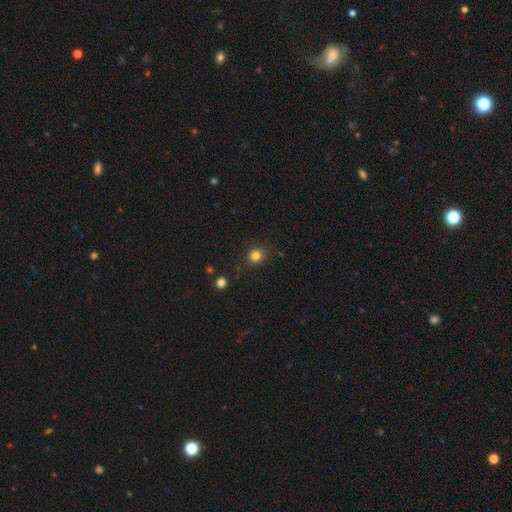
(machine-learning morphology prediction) A smooth galaxy with no disk features (82%) that is round (85%).

Vote fractions:
- Smooth or featured? smooth: 82% / star or artifact: 13% / featured or disk: 5%
- How rounded? round: 85% / in between: 14% / cigar-shaped: 1%
- Merging? none: 87% / minor disturbance: 9% / major disturbance: 3% / merger: 2%